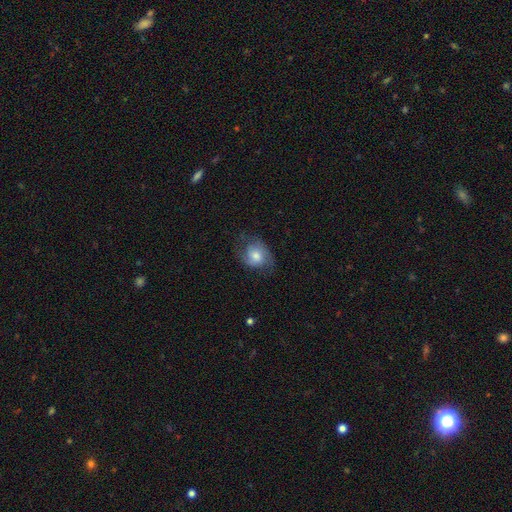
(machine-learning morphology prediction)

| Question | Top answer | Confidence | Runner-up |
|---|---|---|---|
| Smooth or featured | smooth | 48% | featured or disk (44%) |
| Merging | none | 58% | minor disturbance (26%) |